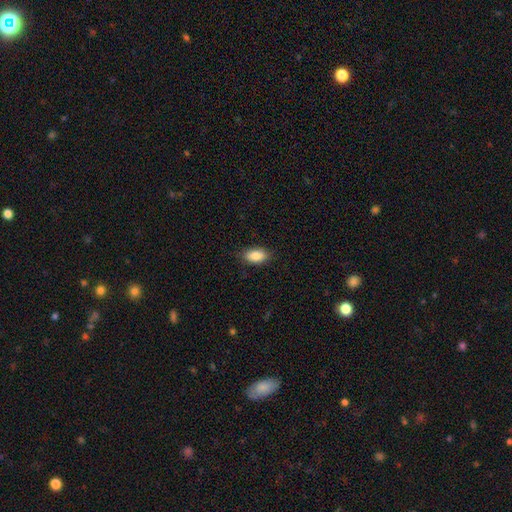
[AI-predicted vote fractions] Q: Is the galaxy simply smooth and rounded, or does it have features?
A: smooth — 87%.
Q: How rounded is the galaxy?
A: in between — 92%.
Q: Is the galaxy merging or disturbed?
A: none — 86%.